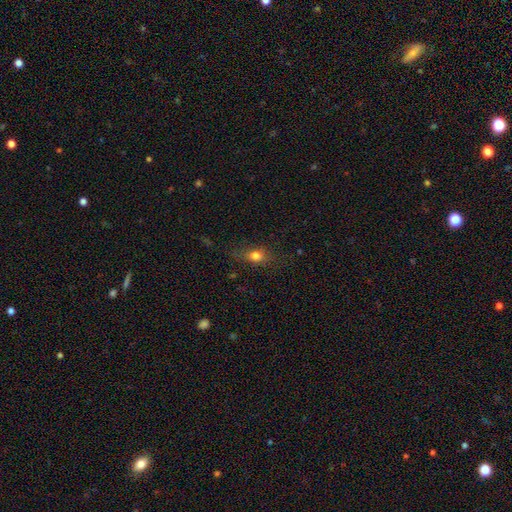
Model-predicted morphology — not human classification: Smooth or featured? Predicted: smooth (p=0.75). How rounded? Predicted: in between (p=0.60). Merging? Predicted: none (p=0.73).